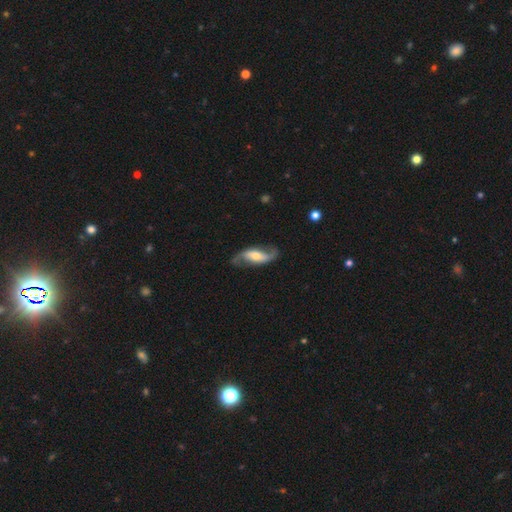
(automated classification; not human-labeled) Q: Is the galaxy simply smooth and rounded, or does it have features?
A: featured or disk — 81%.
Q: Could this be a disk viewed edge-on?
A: no — 93%.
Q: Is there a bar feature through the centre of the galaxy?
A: weak — 37%.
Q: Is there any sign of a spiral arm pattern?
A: yes — 94%.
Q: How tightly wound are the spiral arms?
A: loose — 67%.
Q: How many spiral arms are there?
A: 2 — 92%.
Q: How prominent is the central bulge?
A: moderate — 53%.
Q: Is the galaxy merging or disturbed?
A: none — 76%.